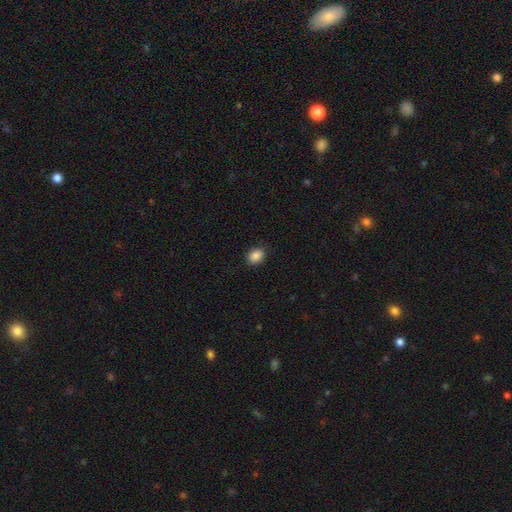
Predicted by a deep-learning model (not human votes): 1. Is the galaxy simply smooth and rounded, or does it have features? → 88% smooth, 9% star or artifact, 3% featured or disk.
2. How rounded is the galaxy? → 58% in between, 41% round, 1% cigar-shaped.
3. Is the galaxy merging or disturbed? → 86% none, 10% minor disturbance, 3% major disturbance, 1% merger.